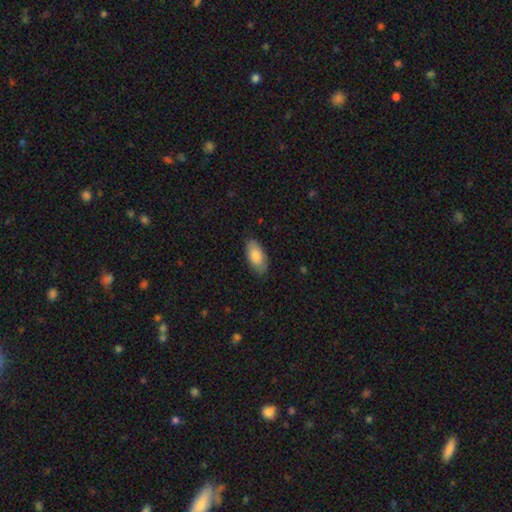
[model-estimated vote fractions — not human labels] Smooth or featured: smooth — 84% (featured or disk — 10%)
How rounded: in between — 90% (cigar-shaped — 8%)
Merging: none — 83% (minor disturbance — 13%)